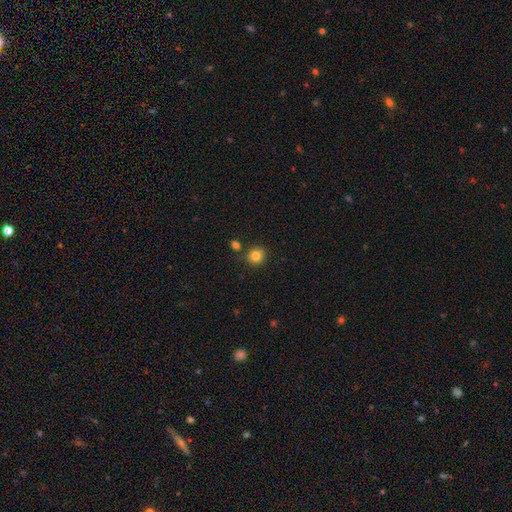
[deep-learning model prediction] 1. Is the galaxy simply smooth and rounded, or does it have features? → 84% smooth, 11% star or artifact, 5% featured or disk.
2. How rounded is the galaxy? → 88% round, 11% in between, 1% cigar-shaped.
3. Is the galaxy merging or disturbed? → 83% none, 9% minor disturbance, 6% merger, 2% major disturbance.